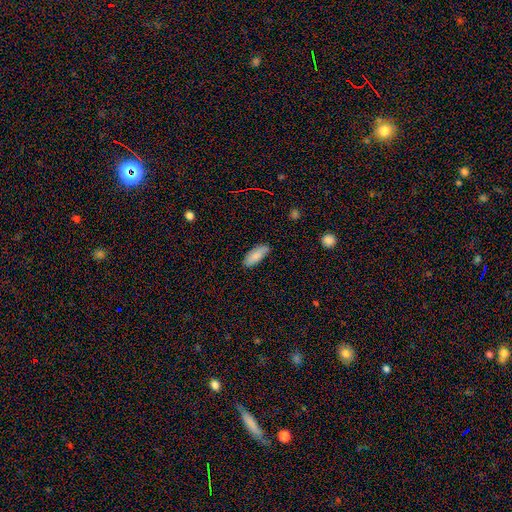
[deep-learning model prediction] The model was most divided on "how rounded": in between: 78%, cigar-shaped: 20%, round: 2%. More confident: smooth or featured — smooth (84%); merging — none (80%).